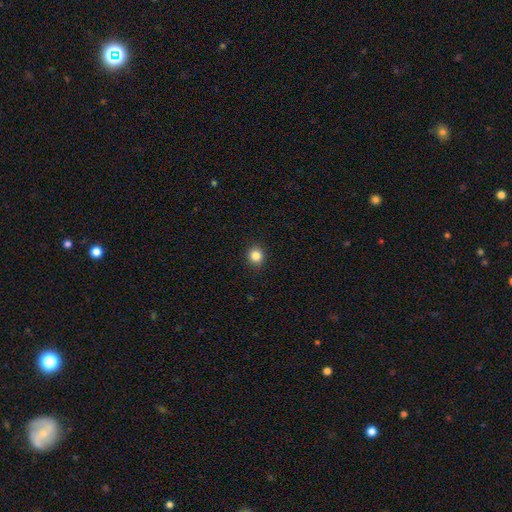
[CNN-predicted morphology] type=smooth (85%); roundness=round (88%); merging=none (91%).